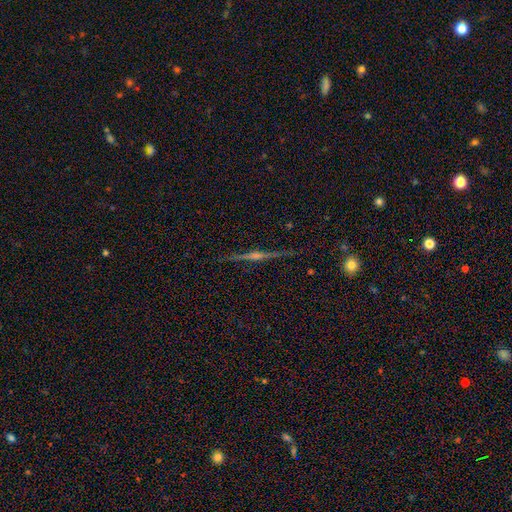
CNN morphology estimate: featured or disk 83%, smooth 9%, star or artifact 9%. Down the decision tree: edge-on disk — yes (98%); edge-on bulge — rounded (82%); merging — none (90%).